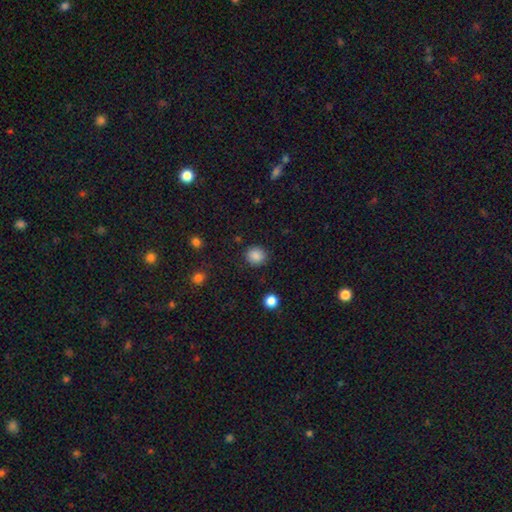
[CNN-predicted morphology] A smooth galaxy with no disk features (87%) that is round (86%). Merging: none (89%).